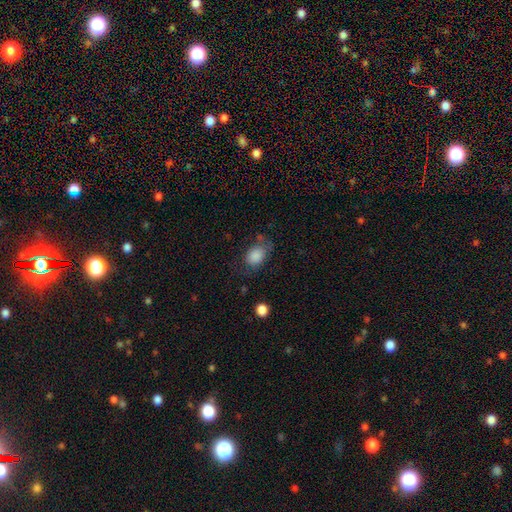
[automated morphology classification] This appears to be a smooth galaxy with no disk features (84%) that is in between round and cigar-shaped (71%). Merging: none (58%).